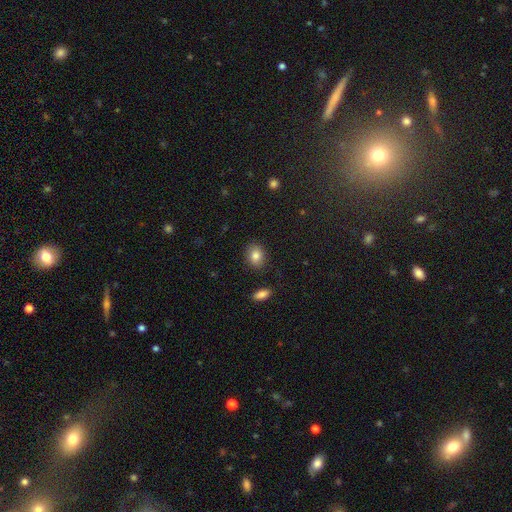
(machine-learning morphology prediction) Q: Smooth or featured?
A: smooth (84%); runner-up: star or artifact (9%)
Q: How rounded?
A: in between (59%); runner-up: round (40%)
Q: Merging?
A: none (87%); runner-up: minor disturbance (9%)